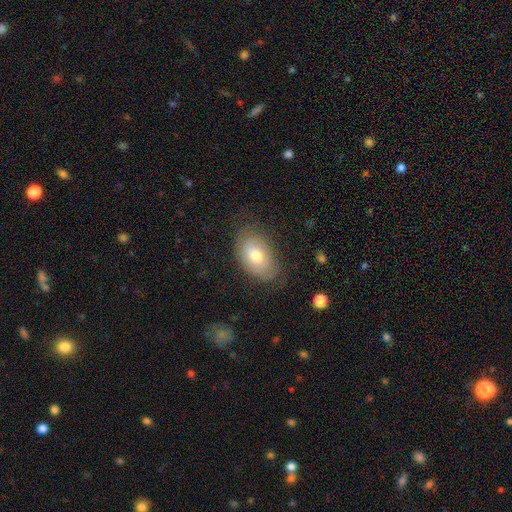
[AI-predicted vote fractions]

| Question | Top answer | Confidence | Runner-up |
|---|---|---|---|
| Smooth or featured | smooth | 63% | featured or disk (30%) |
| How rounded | in between | 90% | round (8%) |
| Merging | none | 69% | minor disturbance (22%) |